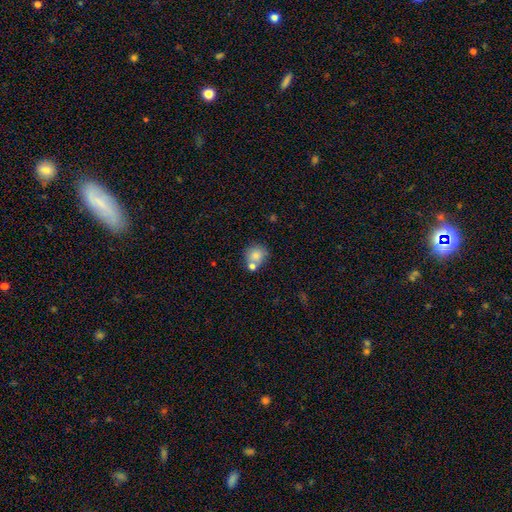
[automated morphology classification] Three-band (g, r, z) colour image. It shows a smooth galaxy with no disk features (80%) that is round (80%). Merging: none (58%).